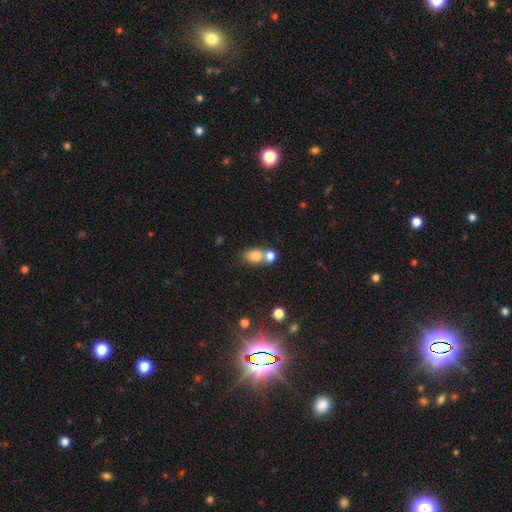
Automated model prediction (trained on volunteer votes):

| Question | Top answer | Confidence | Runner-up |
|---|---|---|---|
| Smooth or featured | smooth | 78% | featured or disk (11%) |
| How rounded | in between | 64% | round (33%) |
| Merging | merger | 50% | none (37%) |